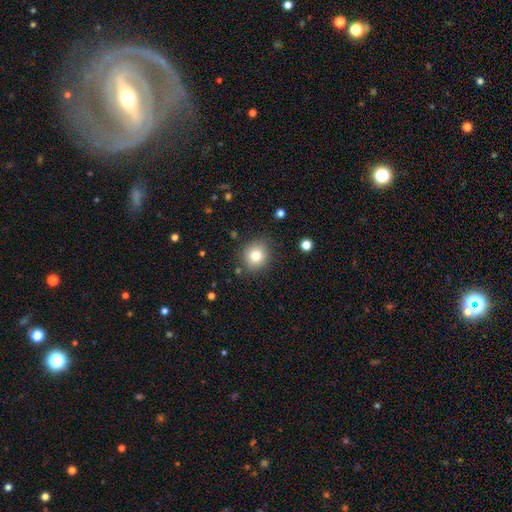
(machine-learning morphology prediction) Smooth or featured: smooth — 79% (star or artifact — 11%)
How rounded: round — 84% (in between — 15%)
Merging: none — 84% (minor disturbance — 11%)